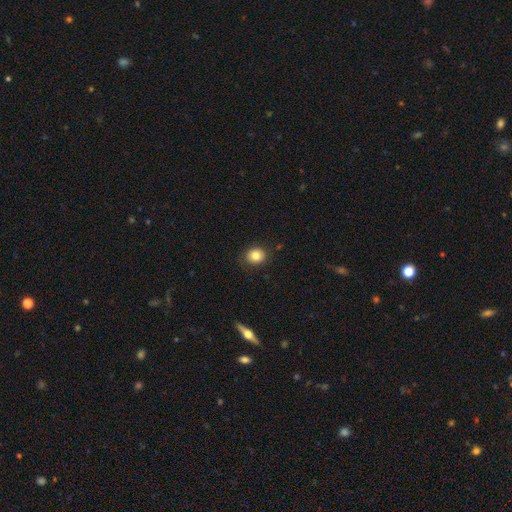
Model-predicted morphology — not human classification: The model was most divided on "how rounded": round: 73%, in between: 26%, cigar-shaped: 1%. More confident: merging — none (86%); smooth or featured — smooth (82%).